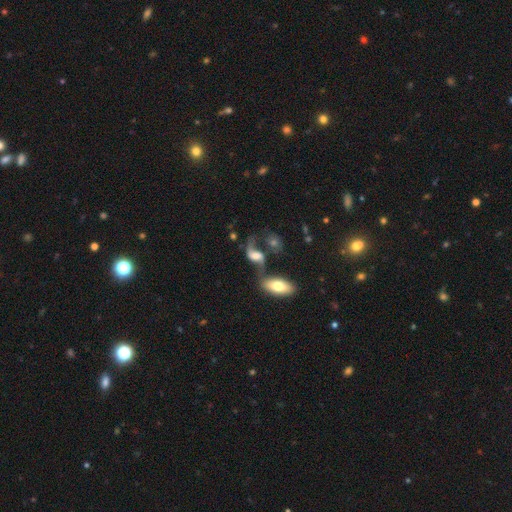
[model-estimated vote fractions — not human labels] This is likely a featured or disk galaxy (66%). It is clearly not viewed edge-on (93%). Bar: possibly no (46%). Spiral arm pattern: clearly yes (86%). Spiral arm count: clearly 2 (85%). Spiral winding: clearly loose (81%). Central bulge: marginally moderate (44%). Merging: marginally merger (33%, tied with none).